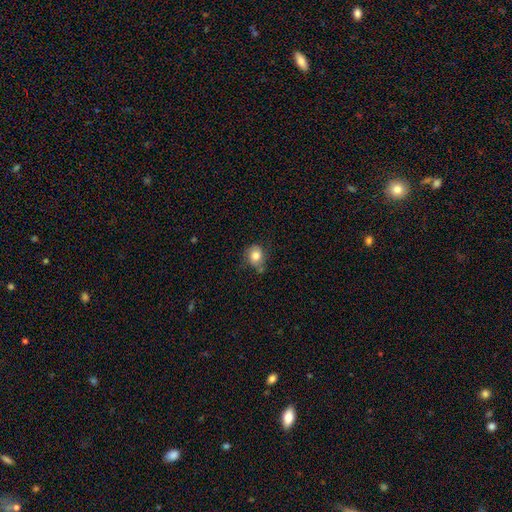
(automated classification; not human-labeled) Overall: smooth (79%). How rounded: round (68%; in between 31%). Merging: none (58%; minor disturbance 27%).